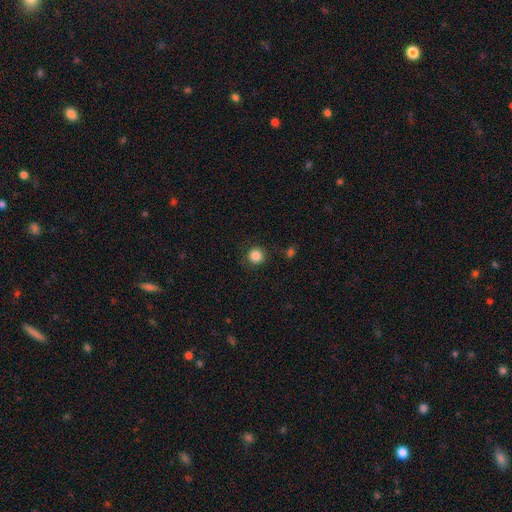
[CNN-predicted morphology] This is clearly a smooth galaxy (86%). How rounded: clearly round (94%). Merging: clearly none (89%).